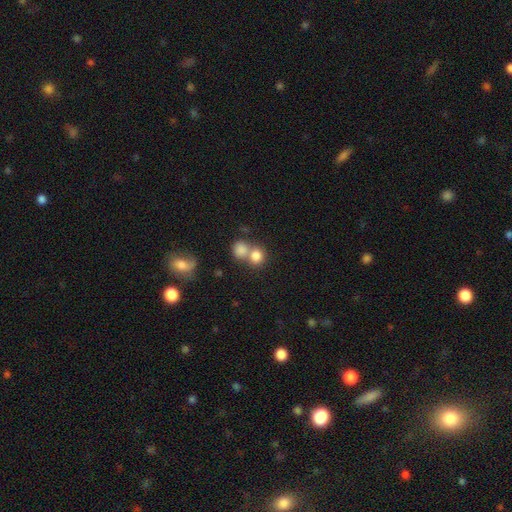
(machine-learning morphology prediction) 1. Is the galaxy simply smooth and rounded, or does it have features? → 81% smooth, 10% star or artifact, 9% featured or disk.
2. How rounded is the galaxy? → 73% round, 26% in between, 1% cigar-shaped.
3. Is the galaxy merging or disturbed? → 47% merger, 41% none, 8% minor disturbance, 4% major disturbance.